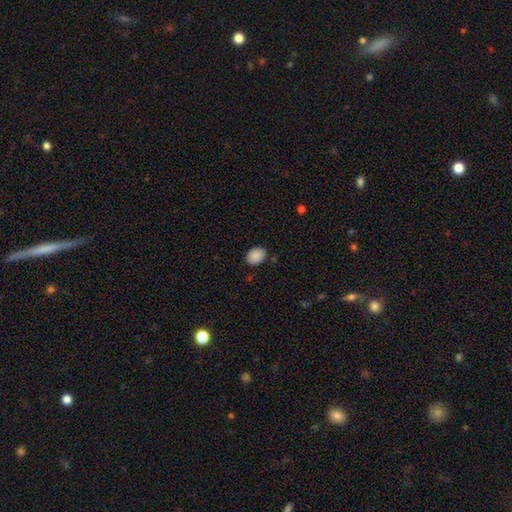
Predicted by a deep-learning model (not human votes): Morphology: type=smooth (90%); roundness=in between (69%); merging=none (86%).